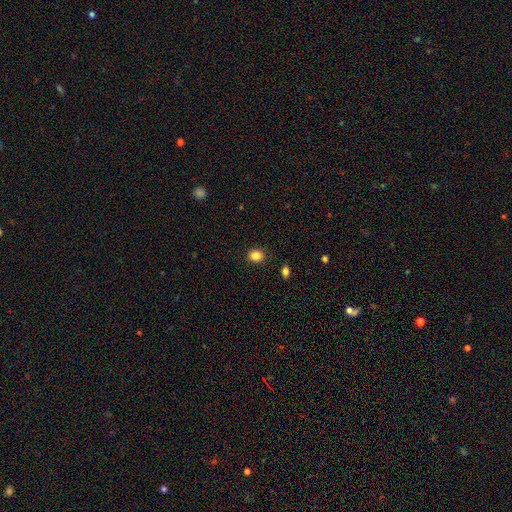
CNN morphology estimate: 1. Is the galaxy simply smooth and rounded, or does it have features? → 85% smooth, 11% star or artifact, 5% featured or disk.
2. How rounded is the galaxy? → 63% round, 36% in between, 1% cigar-shaped.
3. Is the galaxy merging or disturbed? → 89% none, 7% minor disturbance, 2% major disturbance, 1% merger.